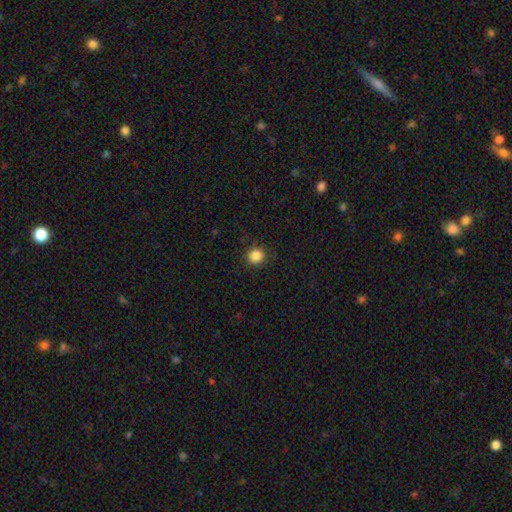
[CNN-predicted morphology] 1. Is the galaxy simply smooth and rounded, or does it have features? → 86% smooth, 10% star or artifact, 3% featured or disk.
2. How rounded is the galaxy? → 87% round, 12% in between, 1% cigar-shaped.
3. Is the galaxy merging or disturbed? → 89% none, 7% minor disturbance, 2% major disturbance, 1% merger.